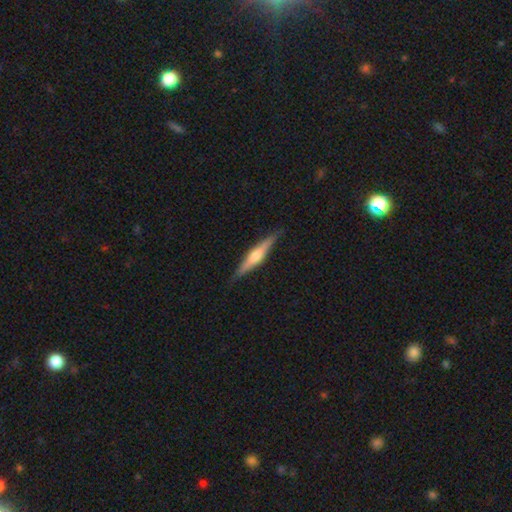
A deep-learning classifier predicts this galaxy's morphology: type=featured or disk (64%); edge-on=yes (97%); edge-on bulge=rounded (84%); merging=none (89%).